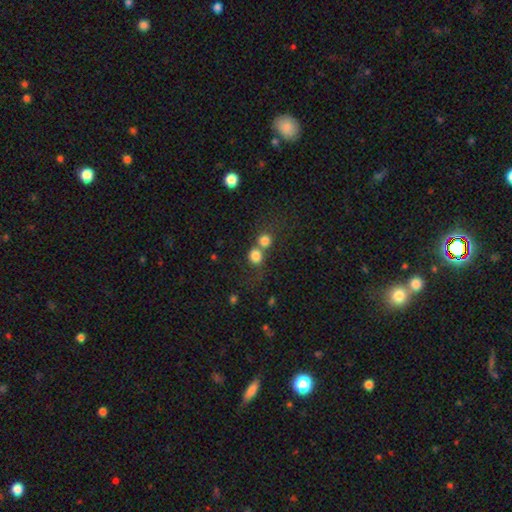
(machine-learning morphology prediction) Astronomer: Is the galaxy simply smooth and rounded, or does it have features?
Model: smooth — 80%.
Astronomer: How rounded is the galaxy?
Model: round — 79%.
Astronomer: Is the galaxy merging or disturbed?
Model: merger — 49% (runner-up: none, 39%).